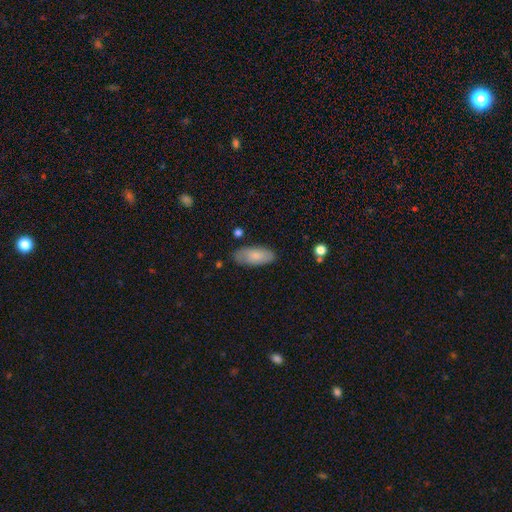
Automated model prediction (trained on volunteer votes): Smooth or featured: smooth — 80% (featured or disk — 14%)
How rounded: in between — 86% (cigar-shaped — 13%)
Merging: none — 80% (minor disturbance — 15%)